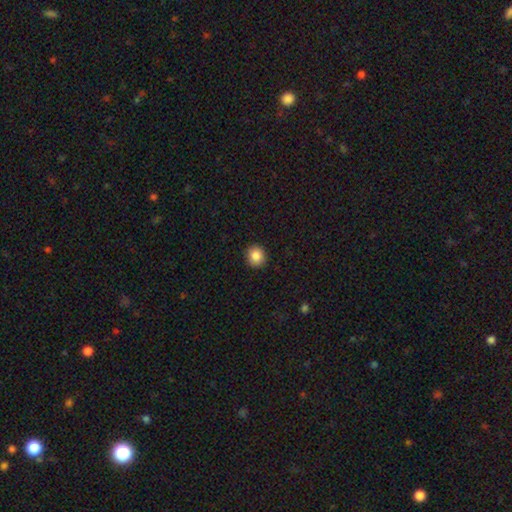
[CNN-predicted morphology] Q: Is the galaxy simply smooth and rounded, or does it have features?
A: smooth — 86%.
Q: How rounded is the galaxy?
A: round — 88%.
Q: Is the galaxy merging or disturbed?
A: none — 92%.